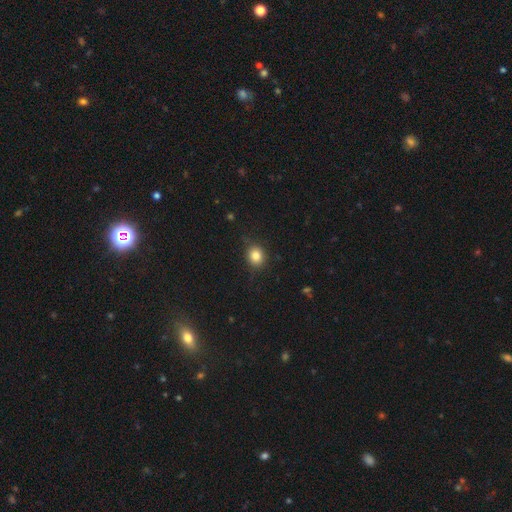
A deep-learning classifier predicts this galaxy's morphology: The model was most divided on "how rounded": round: 76%, in between: 23%, cigar-shaped: 1%. More confident: smooth or featured — smooth (82%); merging — none (82%).